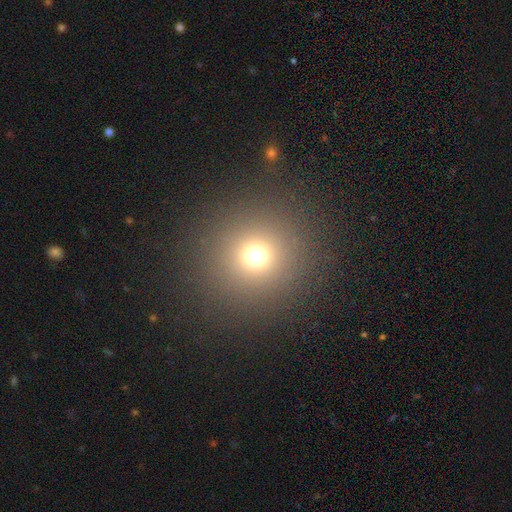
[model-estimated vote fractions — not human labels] A smooth galaxy with no disk features (69%) that is round (93%). Merging: none (88%).